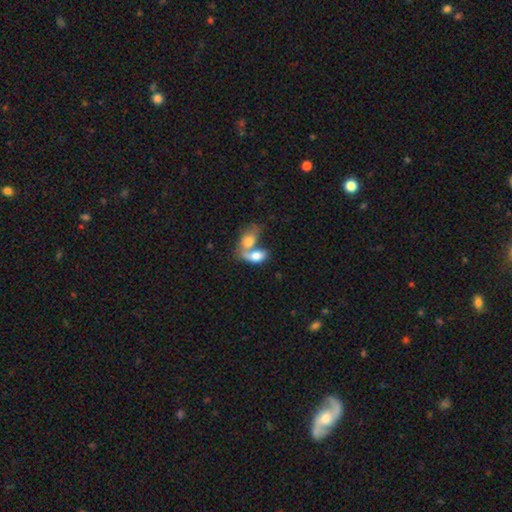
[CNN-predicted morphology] smooth-or-featured: smooth: 73% | featured or disk: 20% | star or artifact: 7%
  how-rounded: in between: 86% | round: 9% | cigar-shaped: 4%
  merging: merger: 75% | none: 14% | minor disturbance: 6% | major disturbance: 5%